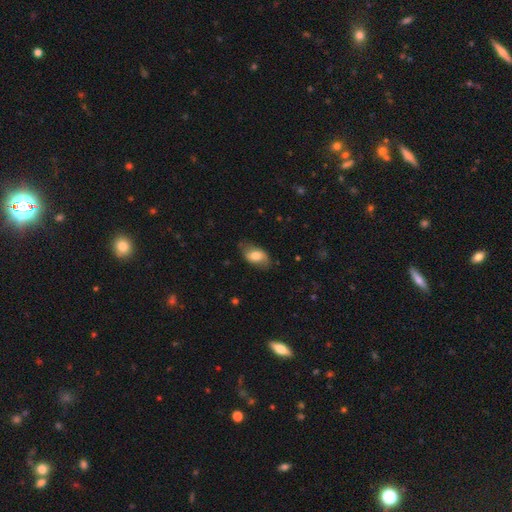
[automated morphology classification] Smooth or featured?
  - smooth: 66% *
  - featured or disk: 27%
  - star or artifact: 7%
How rounded?
  - in between: 90% *
  - round: 7%
  - cigar-shaped: 2%
Merging?
  - none: 71% *
  - minor disturbance: 22%
  - major disturbance: 6%
  - merger: 1%